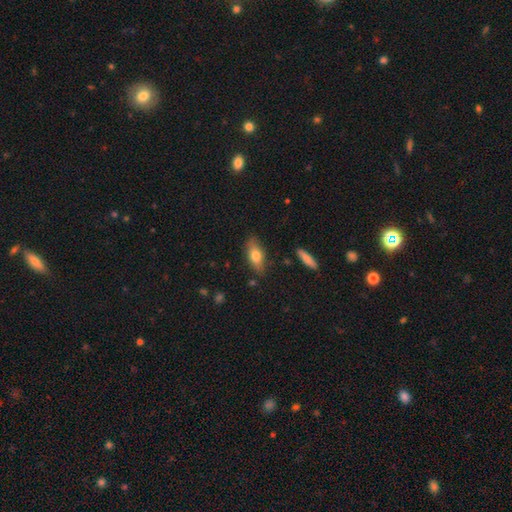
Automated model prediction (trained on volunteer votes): Smooth or featured?
  - smooth: 70% *
  - featured or disk: 23%
  - star or artifact: 7%
How rounded?
  - in between: 74% *
  - cigar-shaped: 22%
  - round: 4%
Merging?
  - none: 81% *
  - minor disturbance: 14%
  - major disturbance: 3%
  - merger: 2%